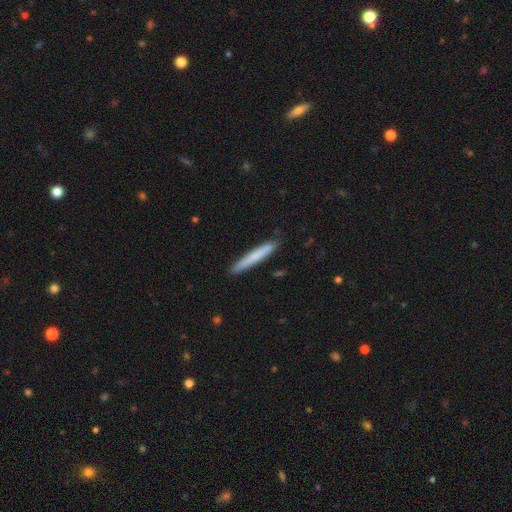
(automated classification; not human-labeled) Q: Smooth or featured?
A: smooth (72%); runner-up: featured or disk (23%)
Q: How rounded?
A: cigar-shaped (96%); runner-up: in between (3%)
Q: Merging?
A: none (89%); runner-up: minor disturbance (9%)